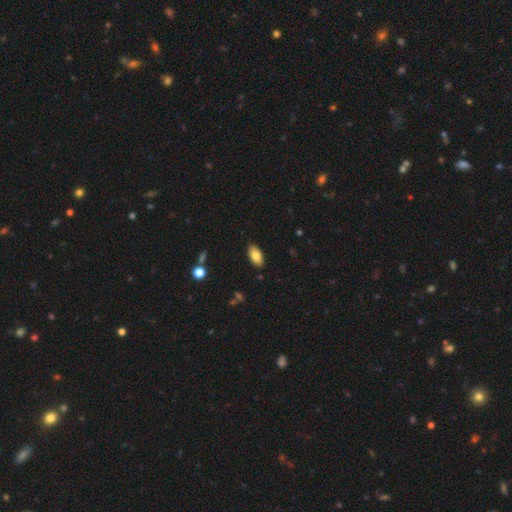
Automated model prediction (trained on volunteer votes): A smooth galaxy with no disk features (81%) that is in between round and cigar-shaped (93%).

Vote fractions:
- Smooth or featured? smooth: 81% / featured or disk: 12% / star or artifact: 7%
- How rounded? in between: 93% / cigar-shaped: 5% / round: 3%
- Merging? none: 88% / minor disturbance: 9% / major disturbance: 2% / merger: 1%